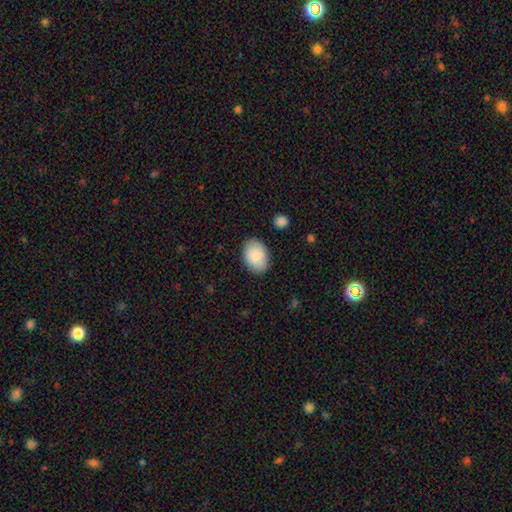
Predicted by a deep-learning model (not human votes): smooth 87%, featured or disk 7%, star or artifact 6%. Down the decision tree: how rounded — in between (85%); merging — none (85%).